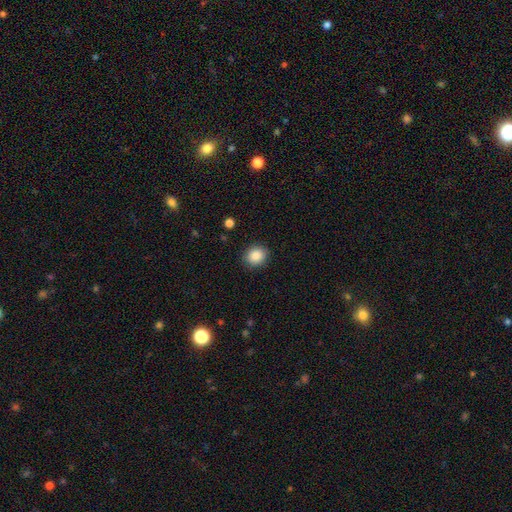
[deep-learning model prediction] Smooth or featured?
  - smooth: 87% *
  - star or artifact: 9%
  - featured or disk: 4%
How rounded?
  - round: 77% *
  - in between: 22%
  - cigar-shaped: 1%
Merging?
  - none: 89% *
  - minor disturbance: 7%
  - major disturbance: 2%
  - merger: 1%